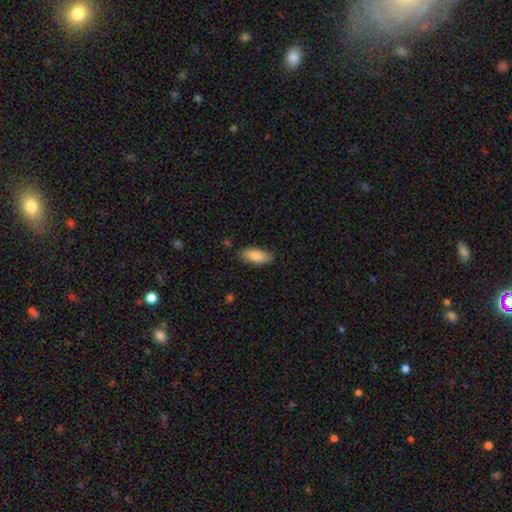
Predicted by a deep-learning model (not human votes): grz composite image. It shows a smooth galaxy with no disk features (85%) that is in between round and cigar-shaped (85%). Merging: none (85%).